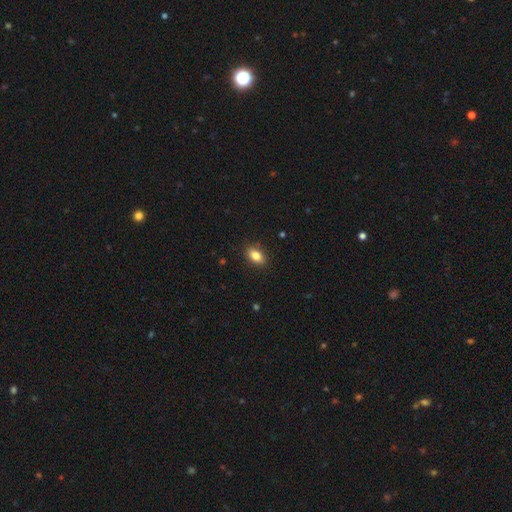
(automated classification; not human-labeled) Q: Smooth or featured?
A: smooth (84%); runner-up: star or artifact (8%)
Q: How rounded?
A: in between (87%); runner-up: round (10%)
Q: Merging?
A: none (87%); runner-up: minor disturbance (9%)